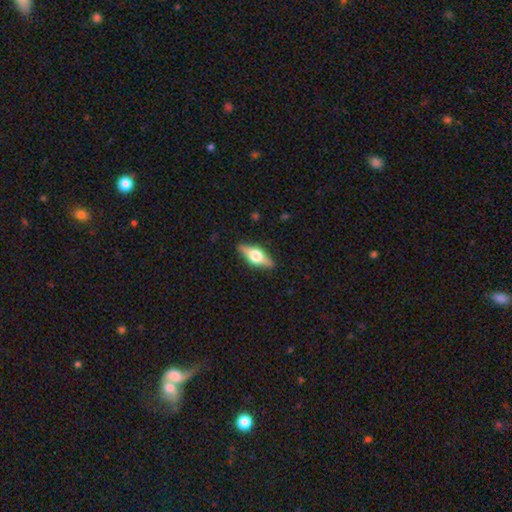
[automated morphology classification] Smooth or featured: featured or disk — 63% (smooth — 31%)
Edge-on disk: yes — 95% (no — 5%)
Edge-on bulge: rounded — 94% (boxy — 5%)
Merging: none — 88% (minor disturbance — 9%)